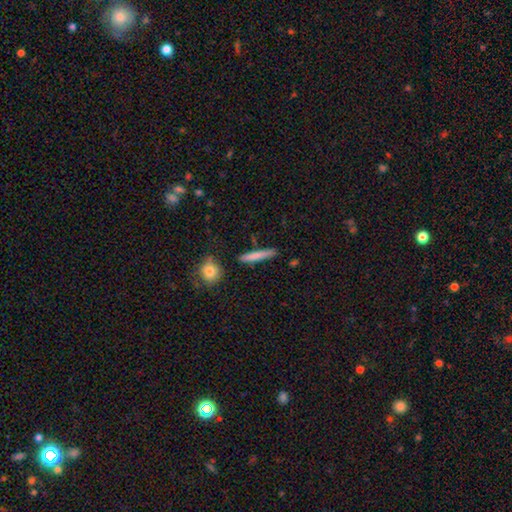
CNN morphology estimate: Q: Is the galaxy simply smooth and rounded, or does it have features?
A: smooth — 77%.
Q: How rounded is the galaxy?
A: cigar-shaped — 93%.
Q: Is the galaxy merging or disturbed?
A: none — 86%.